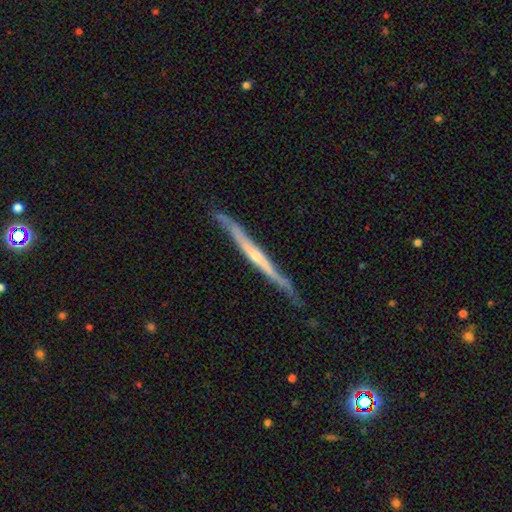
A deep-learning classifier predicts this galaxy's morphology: Smooth or featured: featured or disk — 78% (smooth — 16%)
Edge-on disk: yes — 97% (no — 3%)
Edge-on bulge: rounded — 49% (none — 45%)
Merging: none — 83% (minor disturbance — 13%)